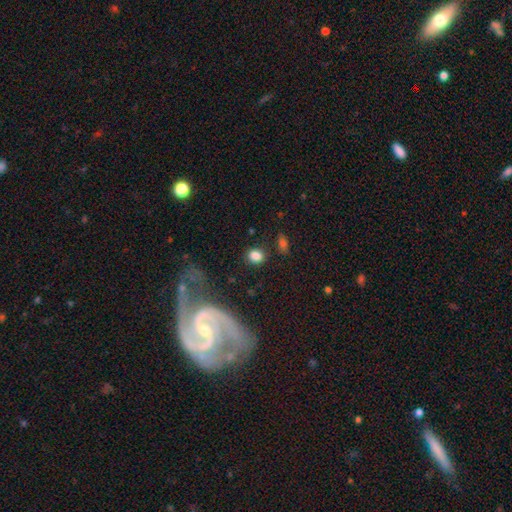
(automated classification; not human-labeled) Morphology: type=smooth (83%); roundness=round (59%); merging=none (82%).